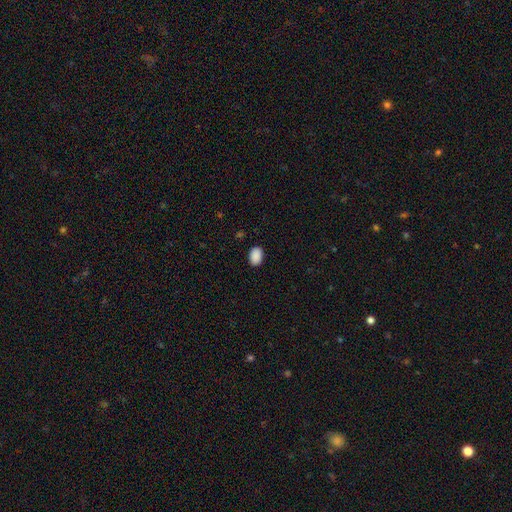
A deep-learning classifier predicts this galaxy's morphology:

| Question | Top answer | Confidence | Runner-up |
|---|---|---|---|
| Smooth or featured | smooth | 90% | star or artifact (7%) |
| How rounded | in between | 86% | round (13%) |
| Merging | none | 89% | minor disturbance (8%) |